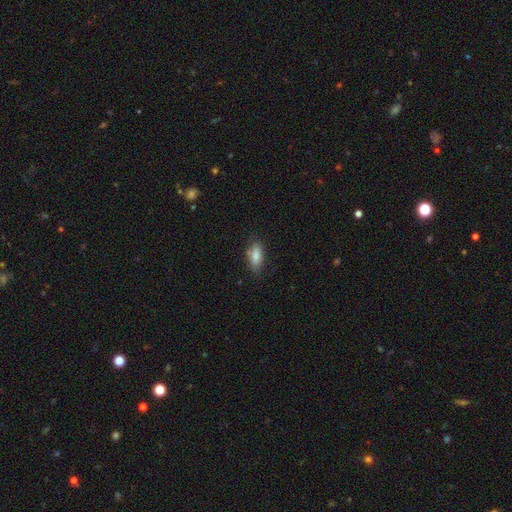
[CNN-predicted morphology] smooth_or_featured: smooth (p=0.82) [alt: featured or disk p=0.10]
how_rounded: in between (p=0.78) [alt: cigar-shaped p=0.19]
merging: none (p=0.77) [alt: minor disturbance p=0.17]